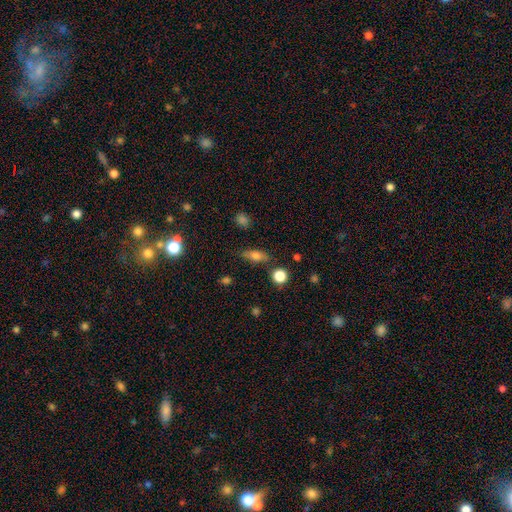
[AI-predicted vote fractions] A smooth galaxy with no disk features (68%) that is in between round and cigar-shaped (65%).

Vote fractions:
- Smooth or featured? smooth: 68% / featured or disk: 21% / star or artifact: 11%
- How rounded? in between: 65% / cigar-shaped: 26% / round: 9%
- Merging? none: 76% / minor disturbance: 16% / major disturbance: 5% / merger: 4%